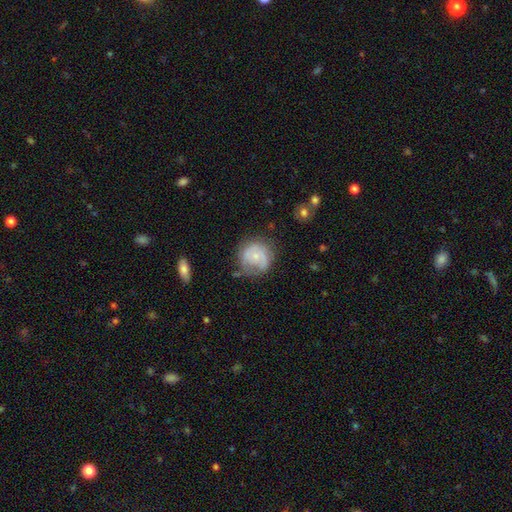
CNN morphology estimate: Q: Smooth or featured?
A: featured or disk (51%); runner-up: smooth (41%)
Q: Edge-on disk?
A: no (98%); runner-up: yes (2%)
Q: Bar?
A: no (79%); runner-up: weak (18%)
Q: Spiral arms?
A: yes (74%); runner-up: no (26%)
Q: Bulge size?
A: small (68%); runner-up: moderate (25%)
Q: Merging?
A: none (56%); runner-up: minor disturbance (27%)